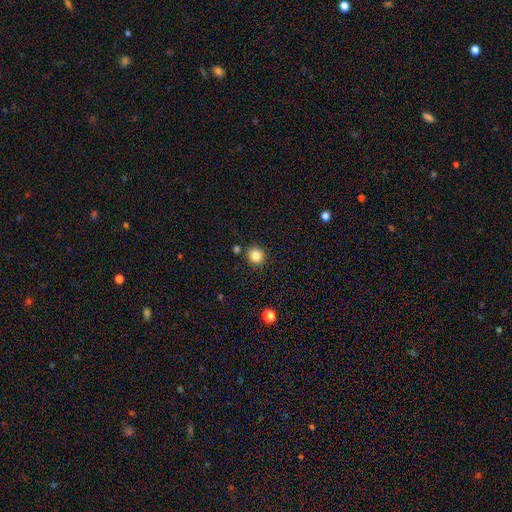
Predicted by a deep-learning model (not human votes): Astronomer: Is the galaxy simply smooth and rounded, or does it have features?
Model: smooth — 85%.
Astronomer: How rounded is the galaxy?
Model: round — 88%.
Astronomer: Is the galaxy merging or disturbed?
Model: none — 85%.